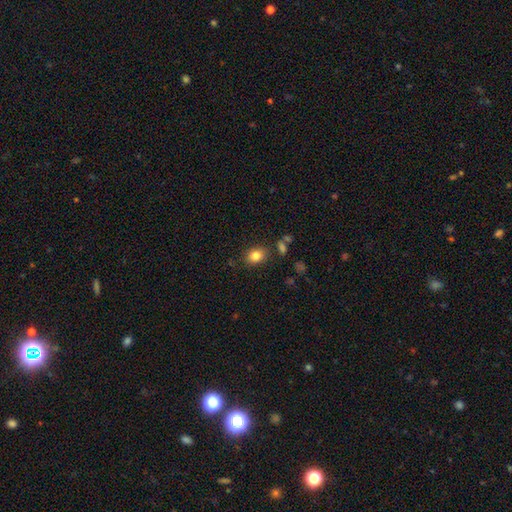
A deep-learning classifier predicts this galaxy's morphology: This is clearly a smooth galaxy (83%). How rounded: possibly in between (59%). Merging: clearly none (83%).